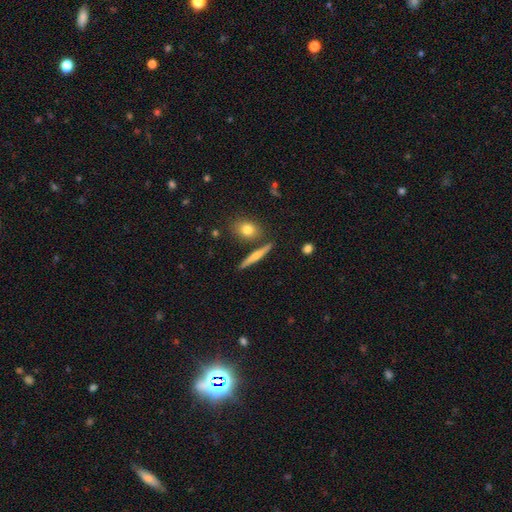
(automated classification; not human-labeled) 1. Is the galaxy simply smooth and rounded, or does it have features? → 47% smooth, 46% featured or disk, 7% star or artifact.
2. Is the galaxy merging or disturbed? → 82% none, 9% minor disturbance, 7% merger, 2% major disturbance.